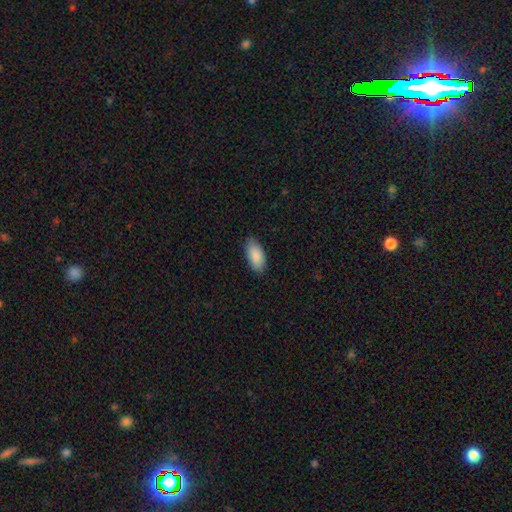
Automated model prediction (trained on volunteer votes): Overall: smooth (90%). How rounded: in between (92%). Merging: none (85%).